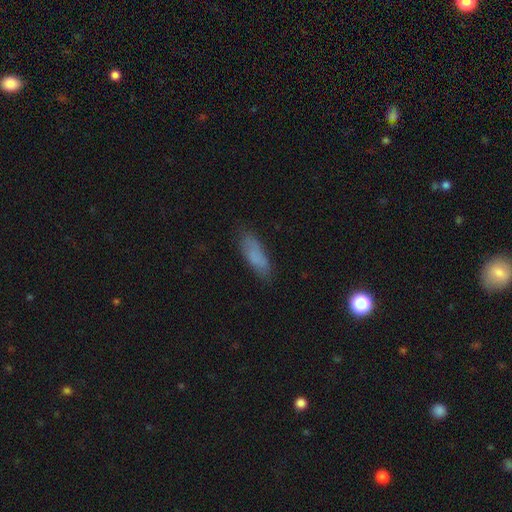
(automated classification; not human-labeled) smooth_or_featured: smooth (p=0.80) [alt: featured or disk p=0.12]
how_rounded: in between (p=0.58) [alt: cigar-shaped p=0.40]
merging: none (p=0.77) [alt: minor disturbance p=0.17]